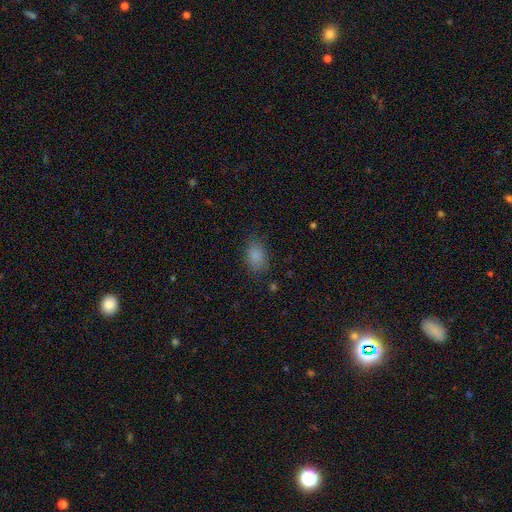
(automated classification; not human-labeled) Morphology: type=smooth (85%); roundness=in between (83%); merging=none (79%).